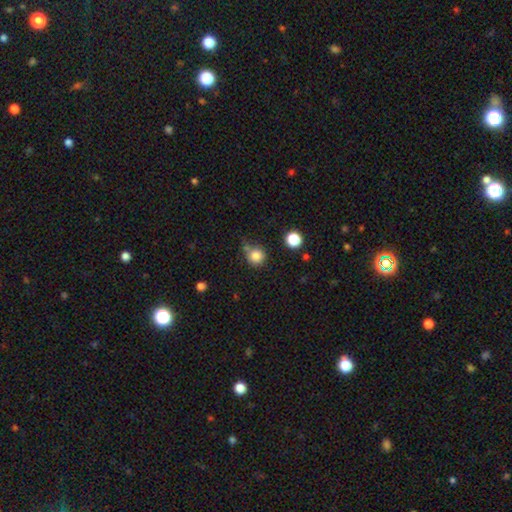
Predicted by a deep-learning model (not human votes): Smooth or featured?
  - smooth: 82% *
  - star or artifact: 12%
  - featured or disk: 6%
How rounded?
  - round: 91% *
  - in between: 8%
  - cigar-shaped: 1%
Merging?
  - none: 62% *
  - minor disturbance: 19%
  - merger: 13%
  - major disturbance: 6%